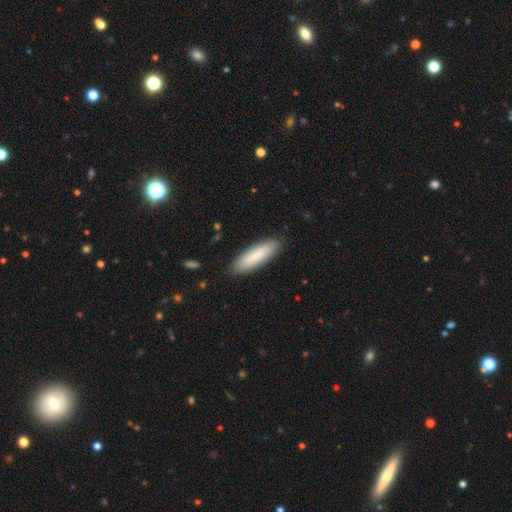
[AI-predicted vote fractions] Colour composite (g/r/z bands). It shows a smooth galaxy with no disk features (82%) that is cigar-shaped (58%). Merging: none (89%).